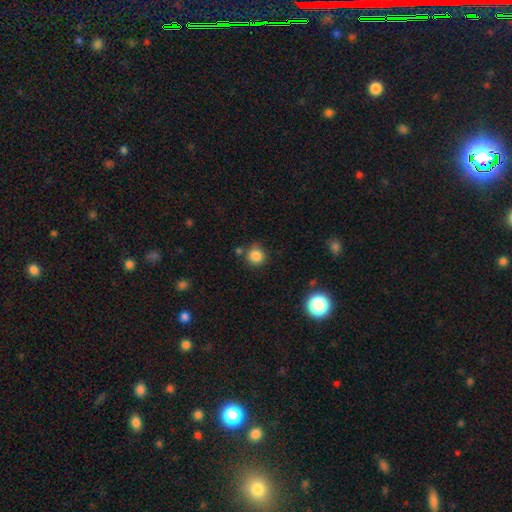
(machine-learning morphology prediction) Smooth or featured: smooth — 84% (star or artifact — 12%)
How rounded: round — 93% (in between — 6%)
Merging: none — 79% (minor disturbance — 11%)